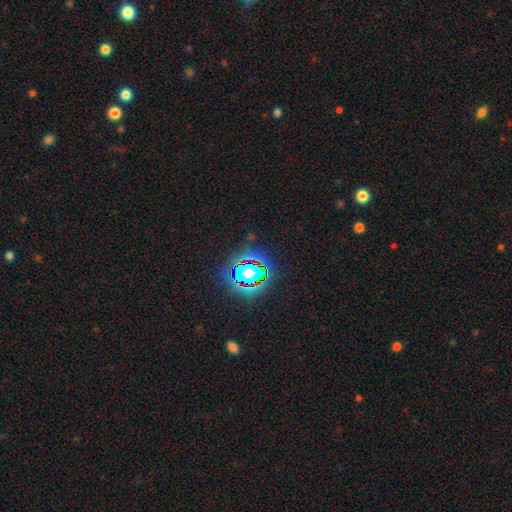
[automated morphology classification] The model was most divided on "smooth or featured": star or artifact: 83%, smooth: 11%, featured or disk: 7%.